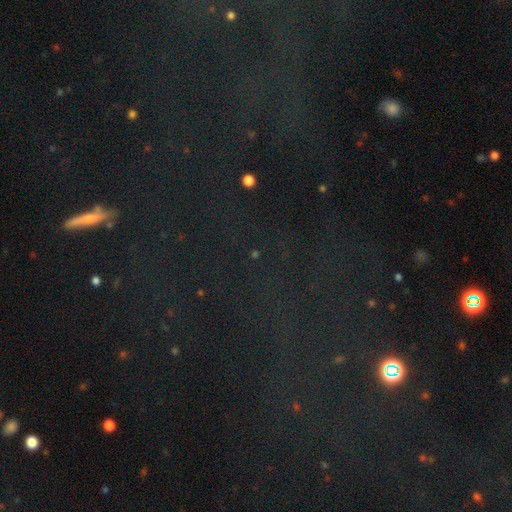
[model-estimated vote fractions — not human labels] A star or artifact, not a galaxy (74%).

Vote fractions:
- Smooth or featured? star or artifact: 74% / smooth: 16% / featured or disk: 10%